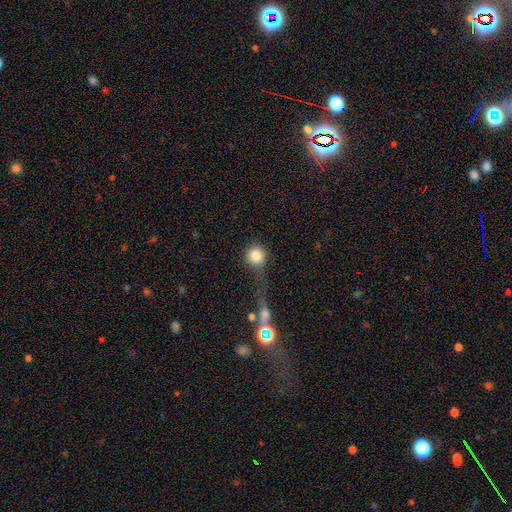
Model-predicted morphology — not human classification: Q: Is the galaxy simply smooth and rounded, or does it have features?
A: smooth — 83%.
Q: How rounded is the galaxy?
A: round — 92%.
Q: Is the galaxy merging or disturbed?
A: none — 53%.